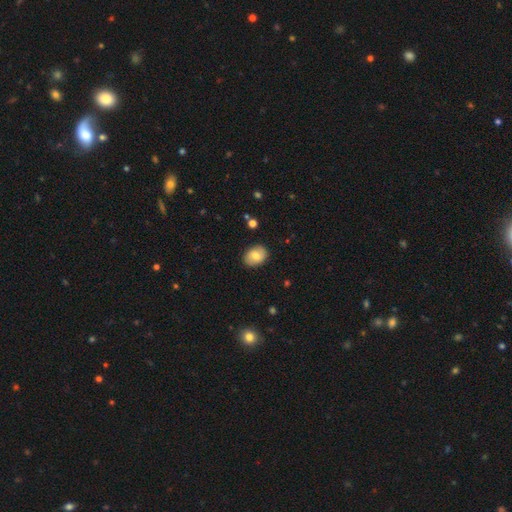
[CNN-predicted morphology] The model was most divided on "how rounded": in between: 66%, round: 33%, cigar-shaped: 1%. More confident: merging — none (84%); smooth or featured — smooth (69%).